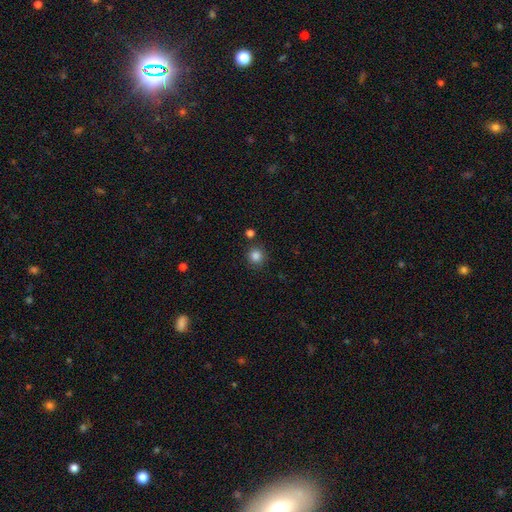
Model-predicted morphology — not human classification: This is clearly a smooth galaxy (85%). How rounded: clearly round (93%). Merging: clearly none (85%).